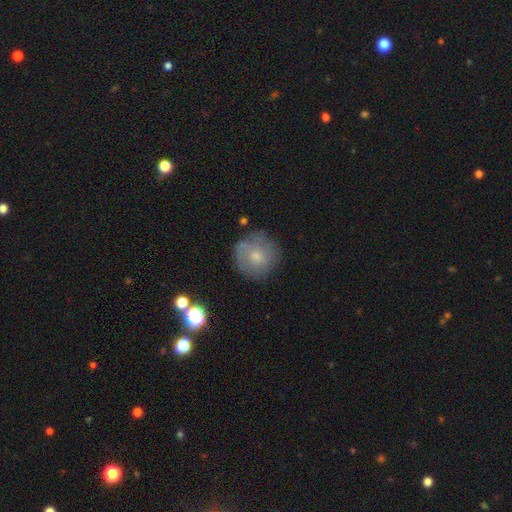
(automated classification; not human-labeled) The model was most divided on "smooth or featured": smooth: 63%, featured or disk: 28%, star or artifact: 9%. More confident: how rounded — round (92%); merging — none (73%).